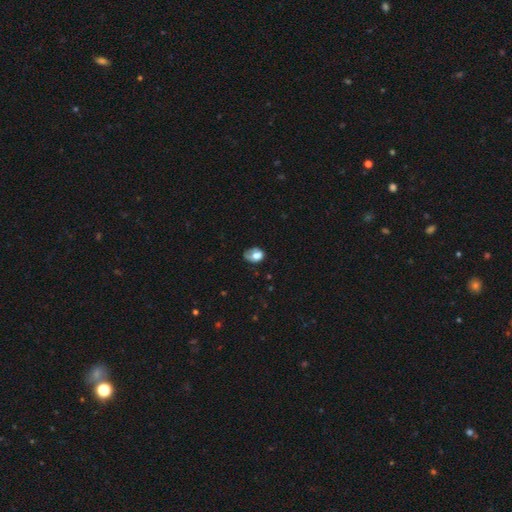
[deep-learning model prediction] This is likely a smooth galaxy (66%). How rounded: likely in between (66%). Merging: marginally none (38%).